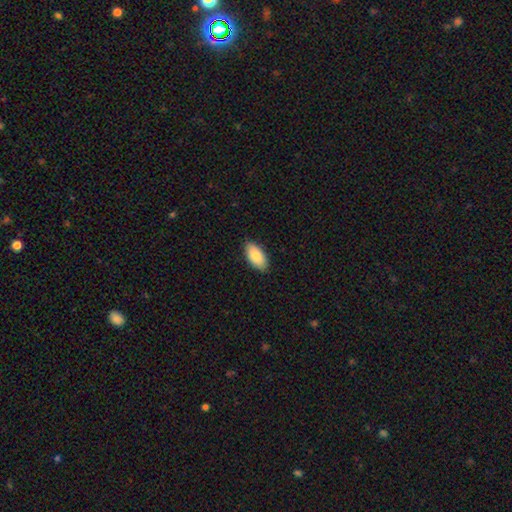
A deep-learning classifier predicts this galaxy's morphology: Smooth or featured: smooth — 86% (featured or disk — 8%)
How rounded: in between — 94% (cigar-shaped — 4%)
Merging: none — 87% (minor disturbance — 10%)